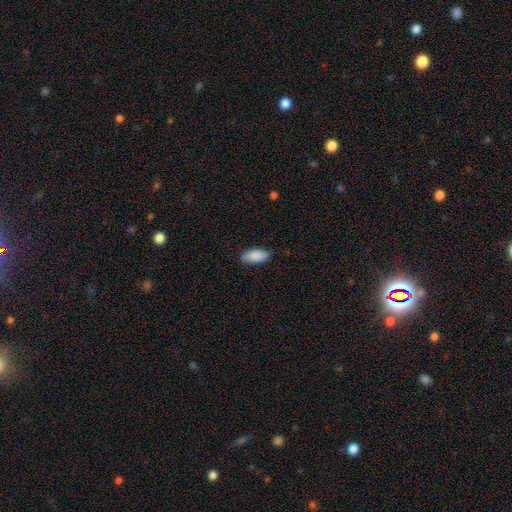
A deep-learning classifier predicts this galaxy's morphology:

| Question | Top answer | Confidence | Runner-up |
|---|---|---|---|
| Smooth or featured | smooth | 89% | star or artifact (6%) |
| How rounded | in between | 90% | cigar-shaped (8%) |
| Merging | none | 84% | minor disturbance (13%) |